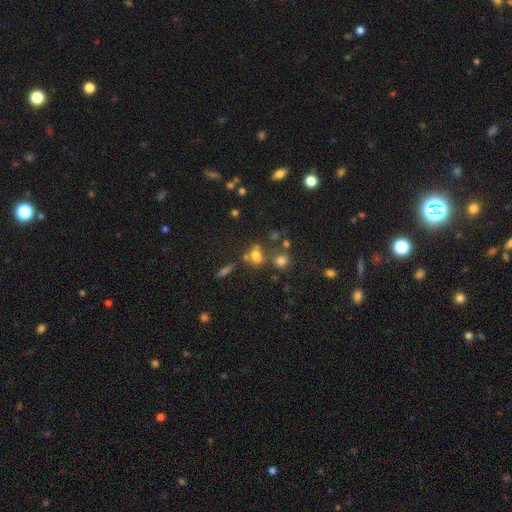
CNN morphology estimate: Smooth or featured: smooth — 63% (star or artifact — 21%)
How rounded: in between — 52% (round — 44%)
Merging: none — 47% (merger — 30%)